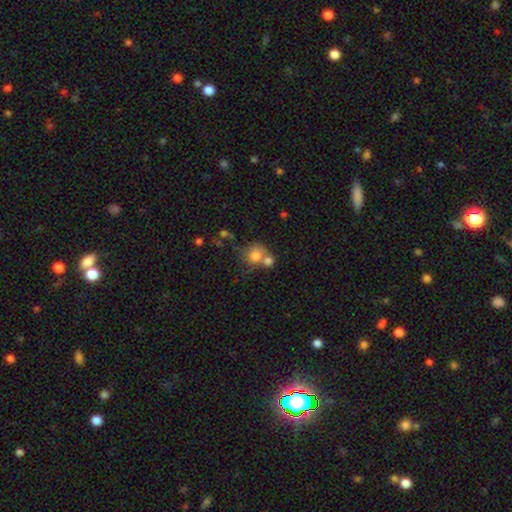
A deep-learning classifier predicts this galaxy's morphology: This appears to be a smooth galaxy with no disk features (77%) that is round (82%). Merging: merger (48%).